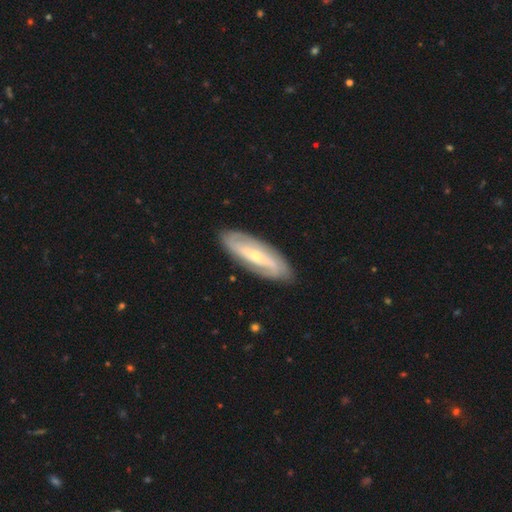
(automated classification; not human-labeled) Smooth or featured? featured or disk (77%)
Edge-on disk? no (85%)
Bar? no (37%)
Spiral arms? yes (88%)
Spiral winding? tight (37%)
Spiral arm count? 2 (72%)
Bulge size? small (68%)
Merging? none (85%)